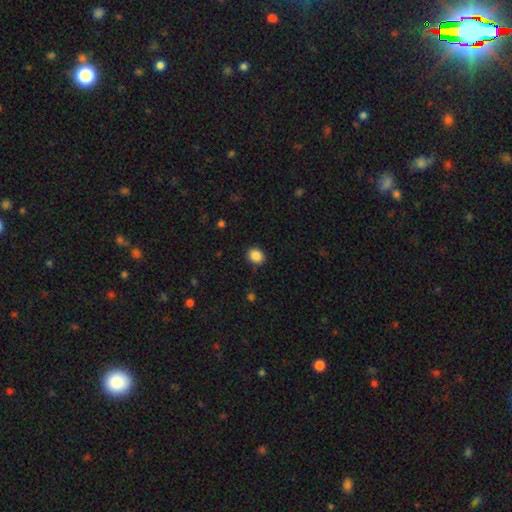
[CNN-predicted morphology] The model was most divided on "how rounded": round: 53%, in between: 46%, cigar-shaped: 1%. More confident: merging — none (89%); smooth or featured — smooth (88%).